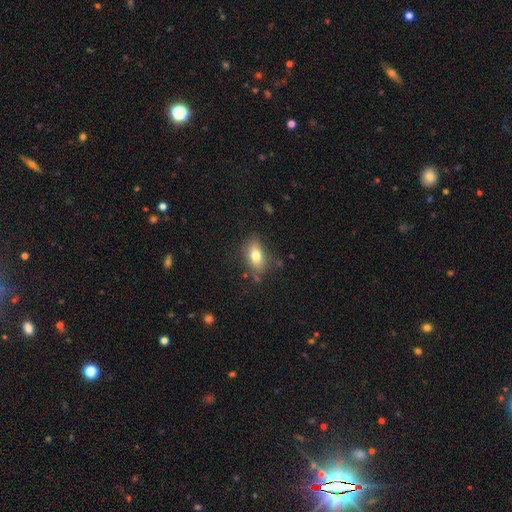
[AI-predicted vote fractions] Smooth or featured?
  - smooth: 77% *
  - featured or disk: 15%
  - star or artifact: 9%
How rounded?
  - in between: 85% *
  - round: 10%
  - cigar-shaped: 5%
Merging?
  - none: 76% *
  - minor disturbance: 17%
  - major disturbance: 4%
  - merger: 3%